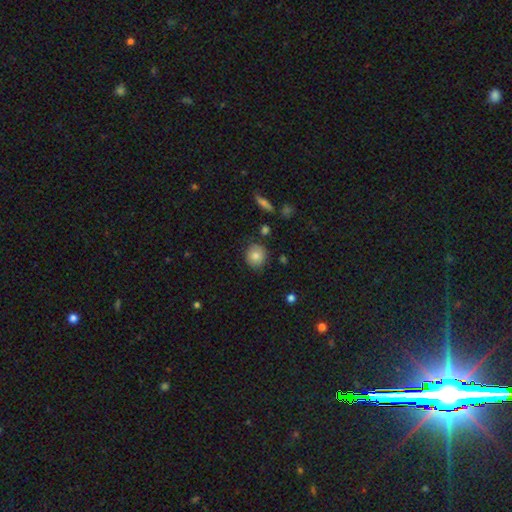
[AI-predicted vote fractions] A smooth galaxy with no disk features (81%) that is round (85%). Merging: none (81%).